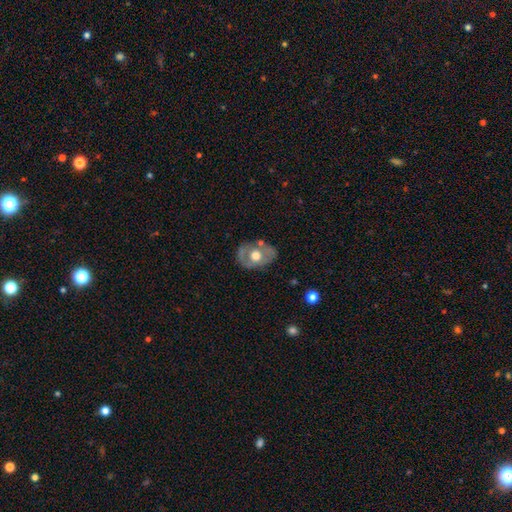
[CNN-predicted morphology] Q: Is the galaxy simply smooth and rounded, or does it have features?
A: featured or disk — 55%.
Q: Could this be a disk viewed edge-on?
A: no — 92%.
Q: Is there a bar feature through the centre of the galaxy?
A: no — 86%.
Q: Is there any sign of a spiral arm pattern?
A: no — 79%.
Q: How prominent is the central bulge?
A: moderate — 64%.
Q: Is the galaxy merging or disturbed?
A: none — 71%.